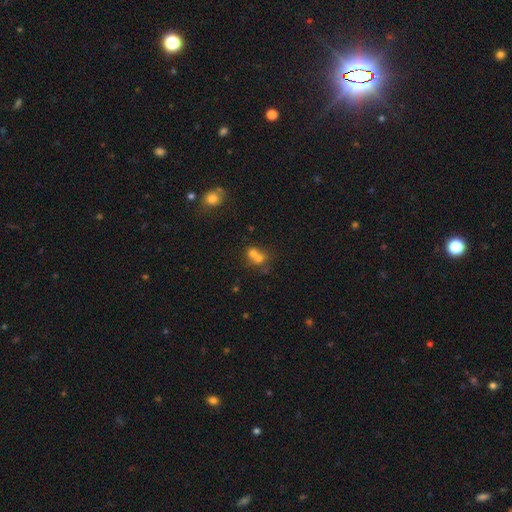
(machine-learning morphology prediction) type=smooth (66%); roundness=round (76%); merging=merger (64%).